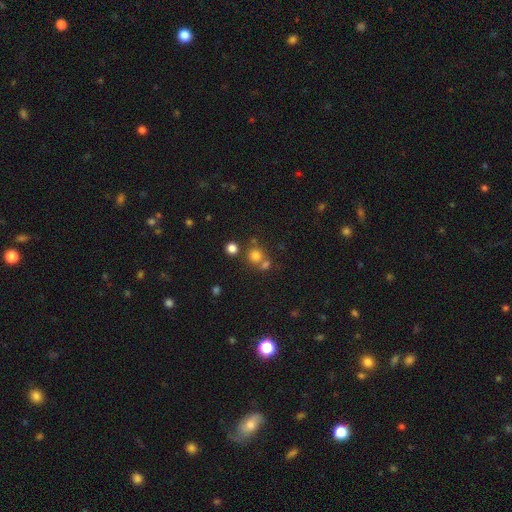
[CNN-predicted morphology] smooth 73%, star or artifact 18%, featured or disk 9%. Down the decision tree: how rounded — round (89%); merging — none (60%).